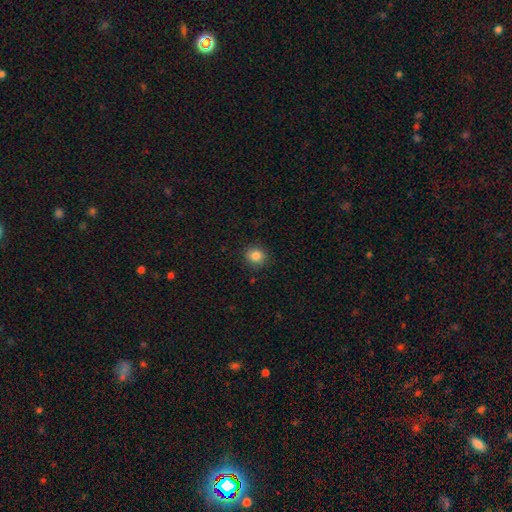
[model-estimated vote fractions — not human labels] Smooth or featured: smooth — 85% (star or artifact — 10%)
How rounded: round — 84% (in between — 15%)
Merging: none — 88% (minor disturbance — 8%)